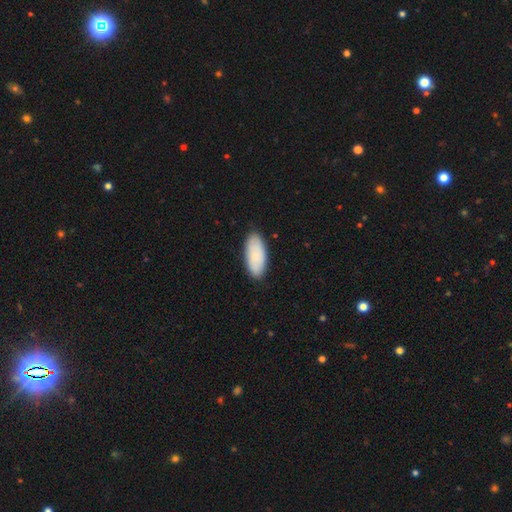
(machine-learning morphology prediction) type=smooth (86%); roundness=in between (89%); merging=none (87%).